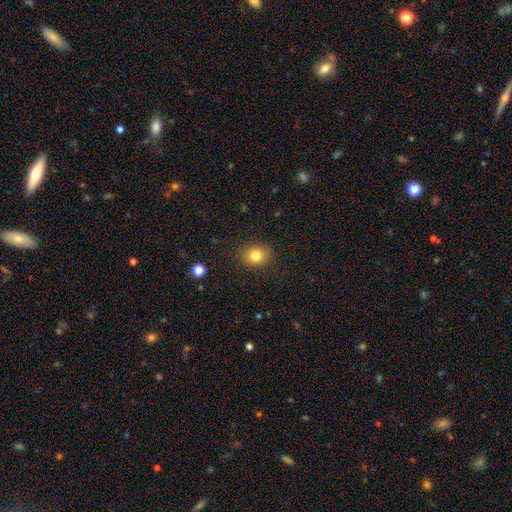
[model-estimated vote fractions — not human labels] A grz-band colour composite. It shows a smooth galaxy with no disk features (81%) that is round (74%). Merging: none (89%).